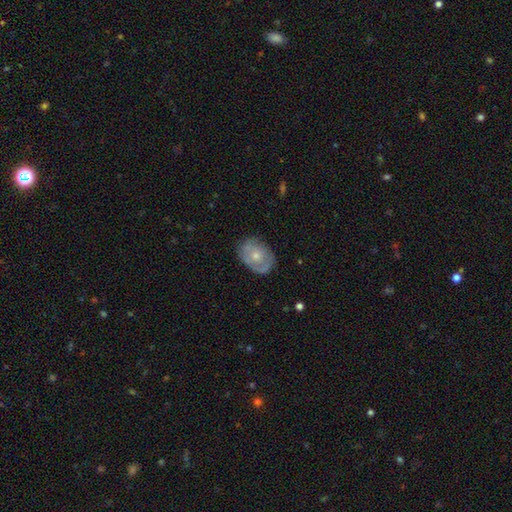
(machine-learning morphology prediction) Smooth or featured? featured or disk (50%)
Merging? none (70%)